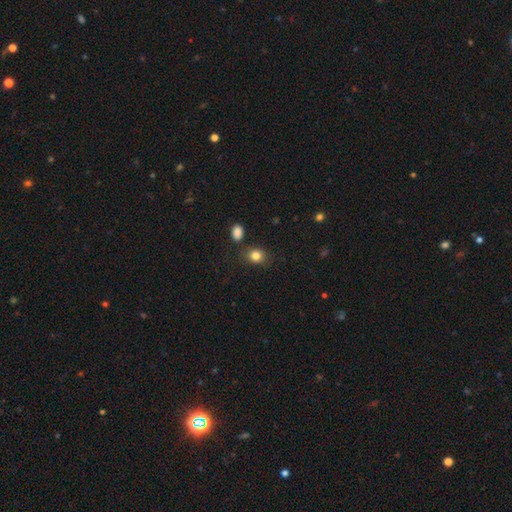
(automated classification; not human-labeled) Q: Smooth or featured?
A: smooth (84%); runner-up: star or artifact (10%)
Q: How rounded?
A: round (60%); runner-up: in between (39%)
Q: Merging?
A: none (79%); runner-up: minor disturbance (12%)